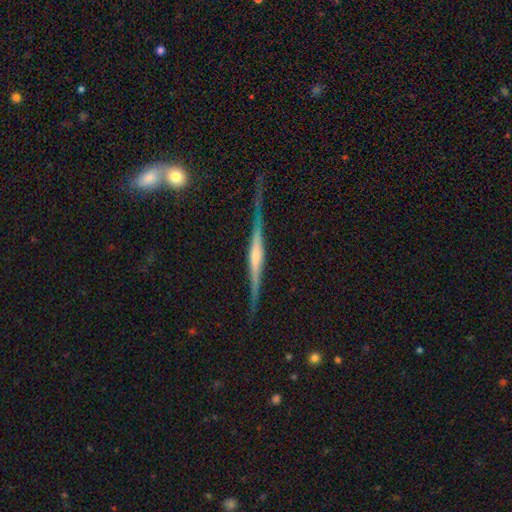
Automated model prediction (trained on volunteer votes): This is likely a featured or disk galaxy (76%). It is clearly viewed edge-on (97%). Edge-on bulge: possibly rounded (51%). Merging: likely none (78%).